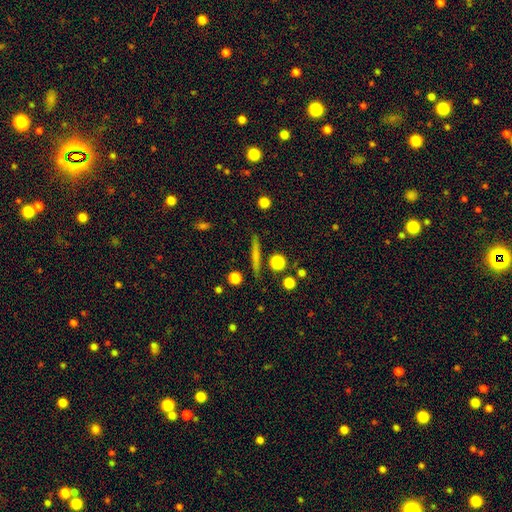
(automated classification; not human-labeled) A smooth galaxy with no disk features (57%) that is cigar-shaped (85%). Merging: none (87%).